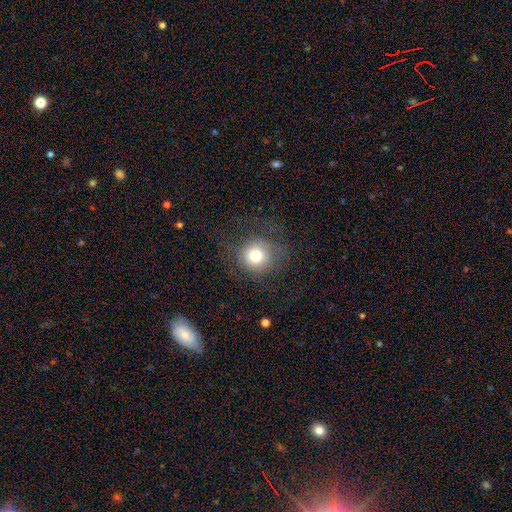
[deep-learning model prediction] A smooth galaxy with no disk features (76%) that is round (90%).

Vote fractions:
- Smooth or featured? smooth: 76% / star or artifact: 12% / featured or disk: 12%
- How rounded? round: 90% / in between: 9% / cigar-shaped: 1%
- Merging? none: 70% / minor disturbance: 16% / major disturbance: 13% / merger: 1%